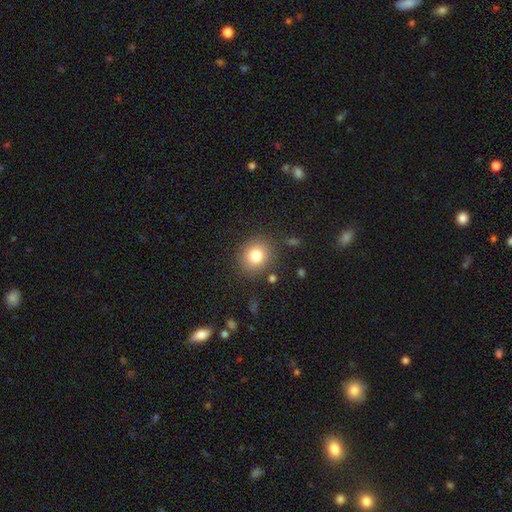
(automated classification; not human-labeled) A smooth galaxy with no disk features (80%) that is round (80%). Merging: none (84%).